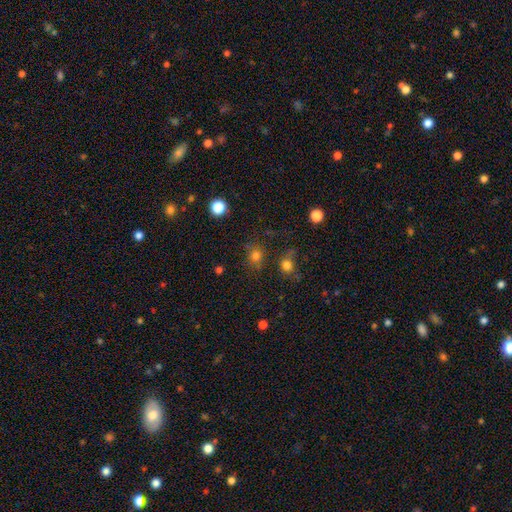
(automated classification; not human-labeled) This is likely a smooth galaxy (75%). How rounded: likely round (78%). Merging: likely none (74%).